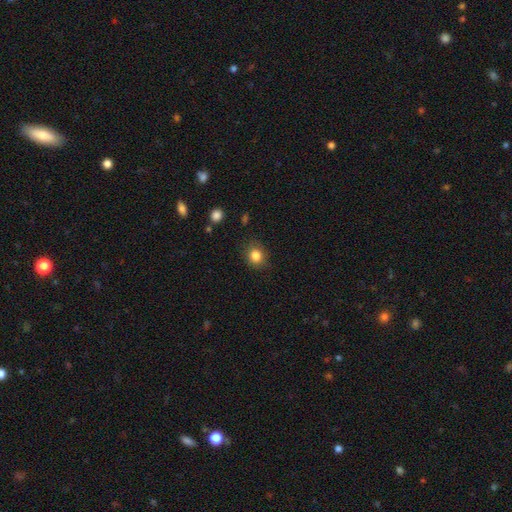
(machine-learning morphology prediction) smooth-or-featured: smooth: 84% | star or artifact: 10% | featured or disk: 5%
  how-rounded: round: 73% | in between: 26% | cigar-shaped: 1%
  merging: none: 83% | minor disturbance: 12% | major disturbance: 3% | merger: 1%